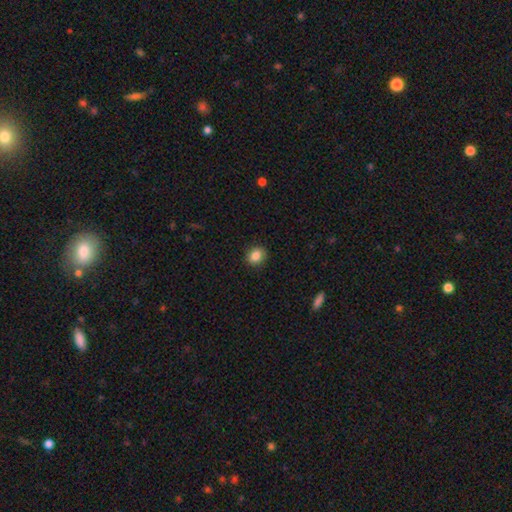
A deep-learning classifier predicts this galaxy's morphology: A smooth galaxy with no disk features (86%) that is round (61%). Merging: none (89%).